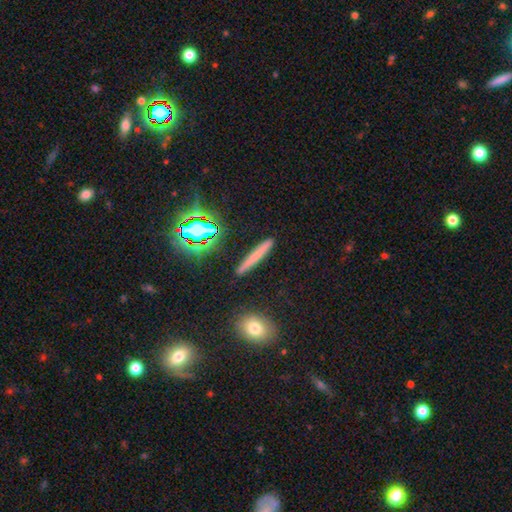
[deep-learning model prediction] Smooth or featured? Predicted: smooth (p=0.60). How rounded? Predicted: cigar-shaped (p=0.93). Merging? Predicted: none (p=0.90).